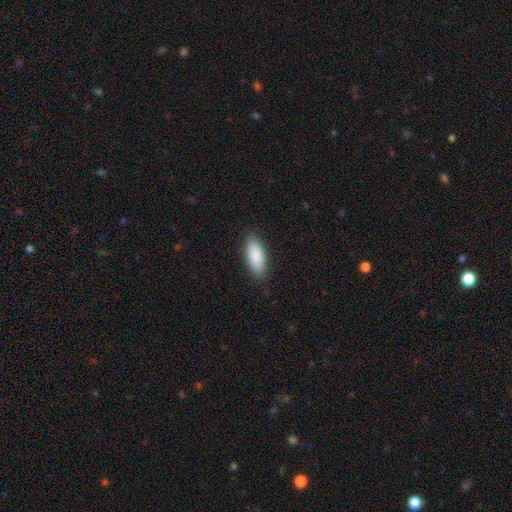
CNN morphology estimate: A smooth galaxy with no disk features (89%) that is in between round and cigar-shaped (83%).

Vote fractions:
- Smooth or featured? smooth: 89% / star or artifact: 6% / featured or disk: 5%
- How rounded? in between: 83% / cigar-shaped: 15% / round: 2%
- Merging? none: 88% / minor disturbance: 9% / major disturbance: 2% / merger: 1%